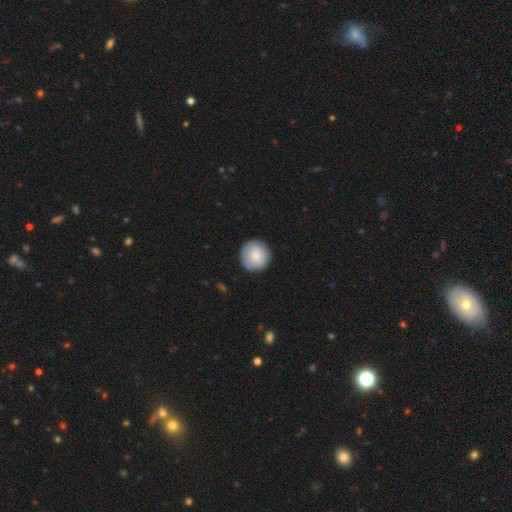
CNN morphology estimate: Smooth or featured? smooth (82%)
How rounded? round (94%)
Merging? none (88%)